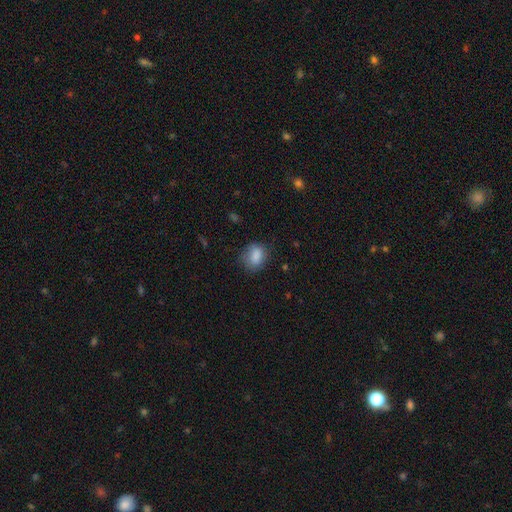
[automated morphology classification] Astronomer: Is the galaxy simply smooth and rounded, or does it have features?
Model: smooth — 85%.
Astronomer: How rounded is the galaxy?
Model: in between — 61% (runner-up: round, 37%).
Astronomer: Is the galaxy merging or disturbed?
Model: none — 71%.